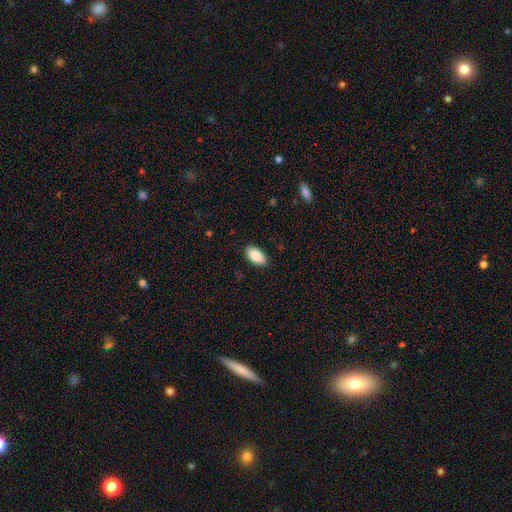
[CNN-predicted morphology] A smooth galaxy with no disk features (89%) that is in between round and cigar-shaped (94%).

Vote fractions:
- Smooth or featured? smooth: 89% / star or artifact: 6% / featured or disk: 5%
- How rounded? in between: 94% / cigar-shaped: 3% / round: 3%
- Merging? none: 88% / minor disturbance: 9% / major disturbance: 2% / merger: 1%